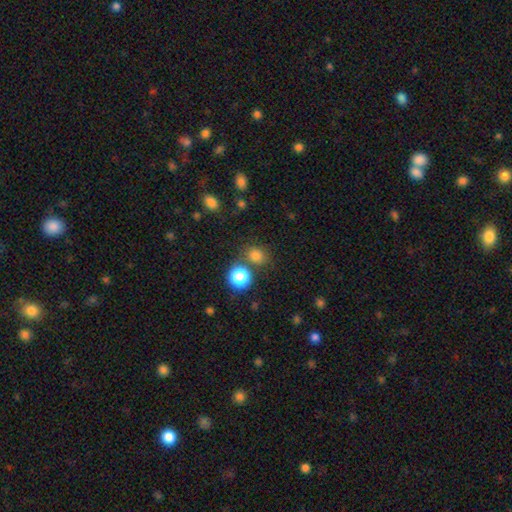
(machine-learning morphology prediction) Smooth or featured? smooth (75%)
How rounded? round (73%)
Merging? none (73%)